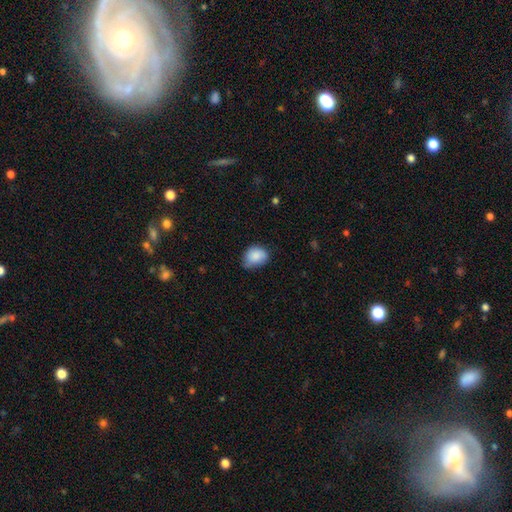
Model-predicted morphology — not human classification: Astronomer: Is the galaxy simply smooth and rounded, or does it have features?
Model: smooth — 85%.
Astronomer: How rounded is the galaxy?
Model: in between — 53% (runner-up: round, 46%).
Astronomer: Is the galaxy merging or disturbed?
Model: none — 48% (runner-up: minor disturbance, 42%).